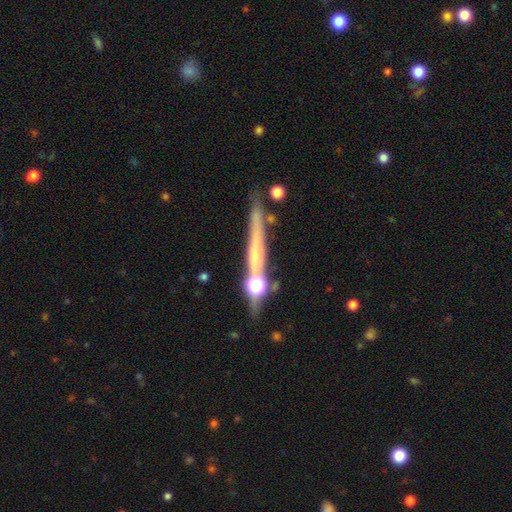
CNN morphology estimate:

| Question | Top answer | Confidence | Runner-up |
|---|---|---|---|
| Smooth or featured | featured or disk | 60% | smooth (30%) |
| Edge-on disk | yes | 93% | no (7%) |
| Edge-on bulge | none | 51% | rounded (41%) |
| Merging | none | 71% | minor disturbance (14%) |